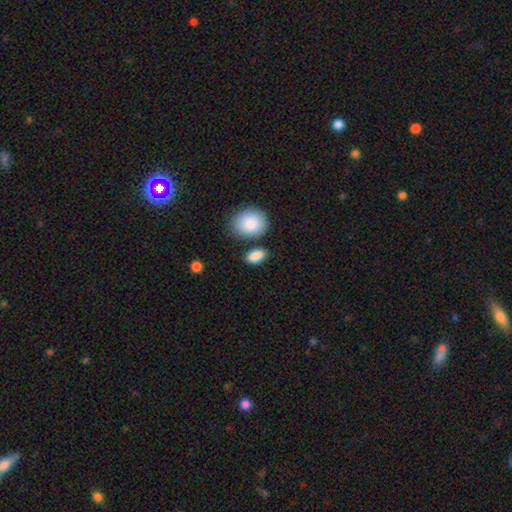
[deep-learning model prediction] Smooth or featured: smooth — 89% (star or artifact — 7%)
How rounded: in between — 88% (round — 9%)
Merging: none — 75% (minor disturbance — 13%)